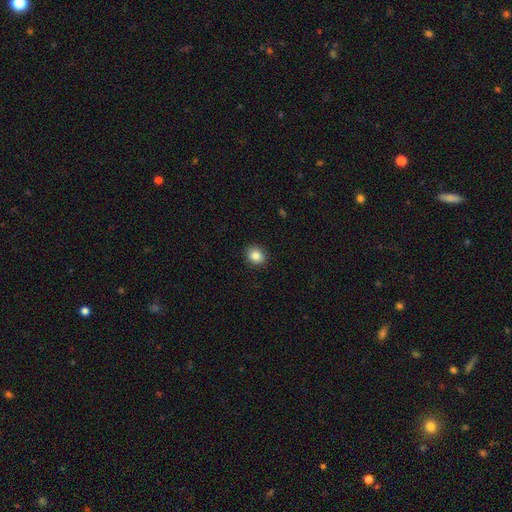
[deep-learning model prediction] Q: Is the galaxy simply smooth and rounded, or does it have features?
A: smooth — 86%.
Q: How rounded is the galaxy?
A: round — 59%.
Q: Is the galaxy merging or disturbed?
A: none — 89%.